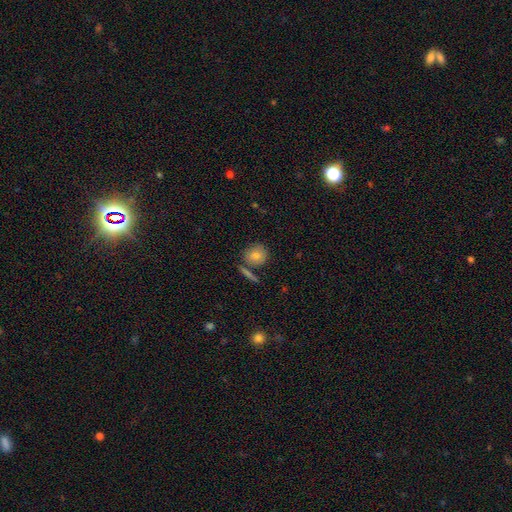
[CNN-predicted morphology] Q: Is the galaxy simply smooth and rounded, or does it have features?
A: smooth — 76%.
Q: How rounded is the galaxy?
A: round — 72%.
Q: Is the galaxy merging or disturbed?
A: none — 73%.